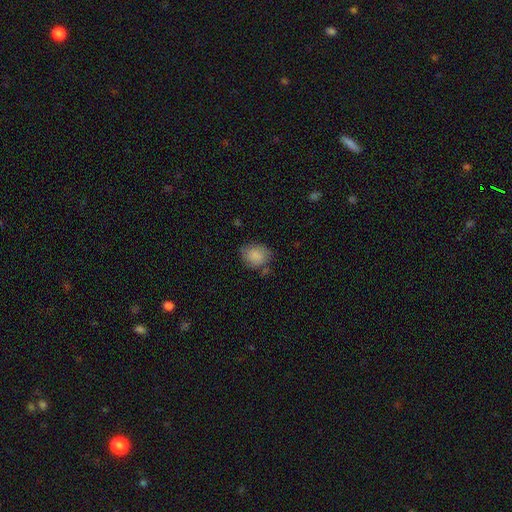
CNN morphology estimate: smooth 84%, featured or disk 8%, star or artifact 8%. Down the decision tree: how rounded — round (50%); merging — none (63%).